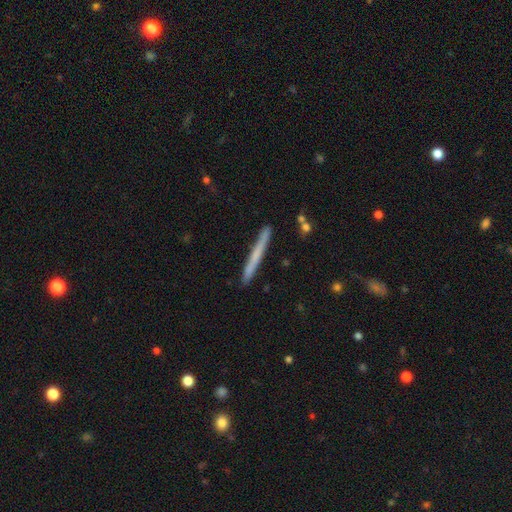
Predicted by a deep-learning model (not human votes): A smooth galaxy with no disk features (54%) that is cigar-shaped (97%).

Vote fractions:
- Smooth or featured? smooth: 54% / featured or disk: 40% / star or artifact: 6%
- How rounded? cigar-shaped: 97% / in between: 2% / round: 1%
- Merging? none: 90% / minor disturbance: 7% / merger: 1% / major disturbance: 1%